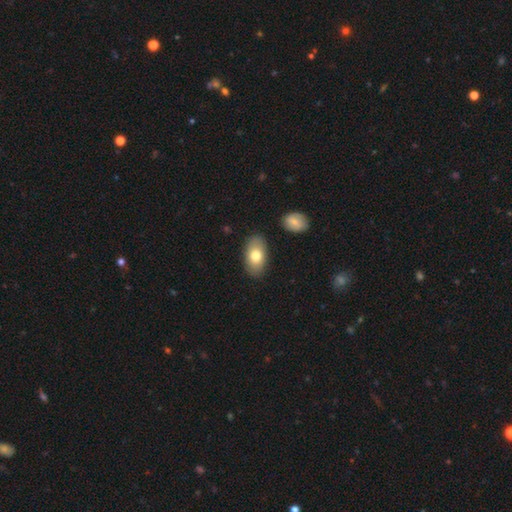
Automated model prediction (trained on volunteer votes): The model was most divided on "smooth or featured": smooth: 77%, featured or disk: 17%, star or artifact: 7%. More confident: how rounded — in between (93%); merging — none (84%).